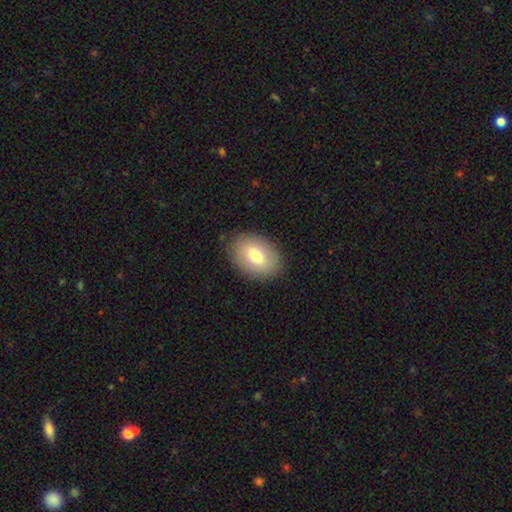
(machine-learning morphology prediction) Q: Smooth or featured?
A: smooth (73%); runner-up: featured or disk (19%)
Q: How rounded?
A: in between (83%); runner-up: round (16%)
Q: Merging?
A: none (86%); runner-up: minor disturbance (10%)